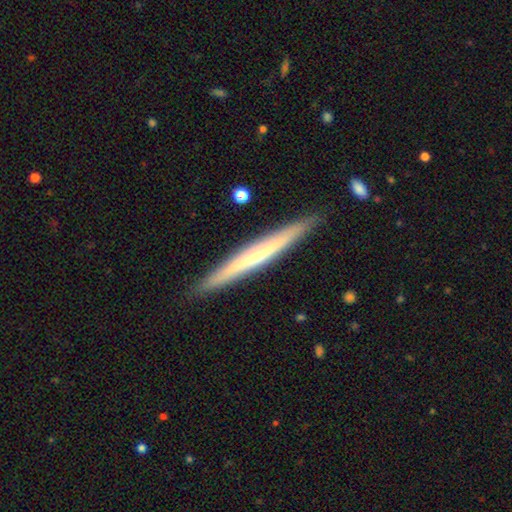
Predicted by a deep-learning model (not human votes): Overall: featured or disk (59%; smooth 35%). Edge-on disk: yes (96%). Edge-on bulge: none (53%; rounded 42%). Merging: none (90%).